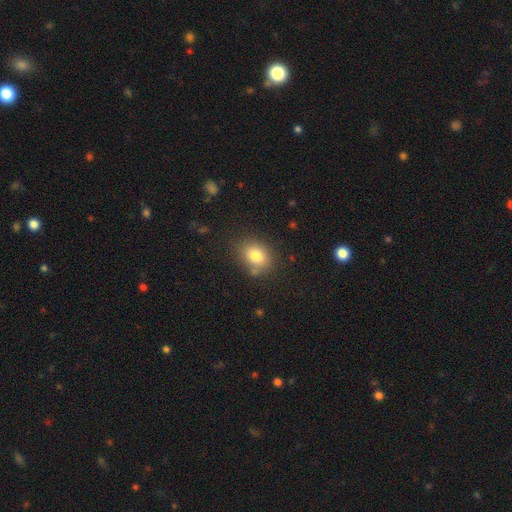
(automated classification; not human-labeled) A smooth galaxy with no disk features (80%) that is in between round and cigar-shaped (55%).

Vote fractions:
- Smooth or featured? smooth: 80% / star or artifact: 10% / featured or disk: 9%
- How rounded? in between: 55% / round: 44% / cigar-shaped: 1%
- Merging? none: 75% / minor disturbance: 16% / merger: 5% / major disturbance: 5%